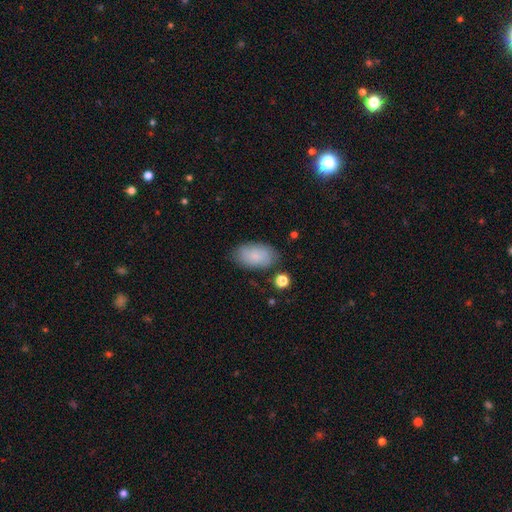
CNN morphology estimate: The model was most divided on "merging": none: 78%, minor disturbance: 16%, major disturbance: 4%, merger: 3%. More confident: how rounded — in between (94%); smooth or featured — smooth (83%).